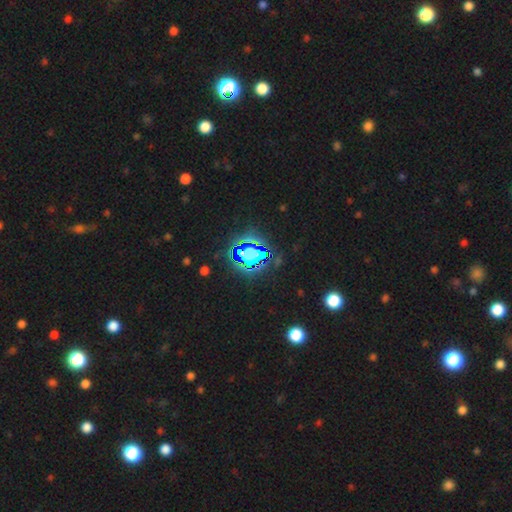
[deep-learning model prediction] smooth-or-featured: star or artifact: 72% | smooth: 18% | featured or disk: 10%